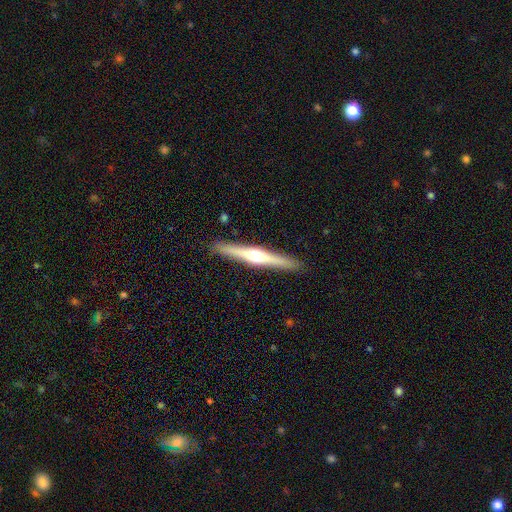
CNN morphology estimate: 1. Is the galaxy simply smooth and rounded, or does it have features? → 68% featured or disk, 27% smooth, 5% star or artifact.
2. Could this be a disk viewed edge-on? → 97% yes, 3% no.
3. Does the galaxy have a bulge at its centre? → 92% rounded, 5% none, 3% boxy.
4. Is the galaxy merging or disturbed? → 91% none, 7% minor disturbance, 1% major disturbance, 1% merger.